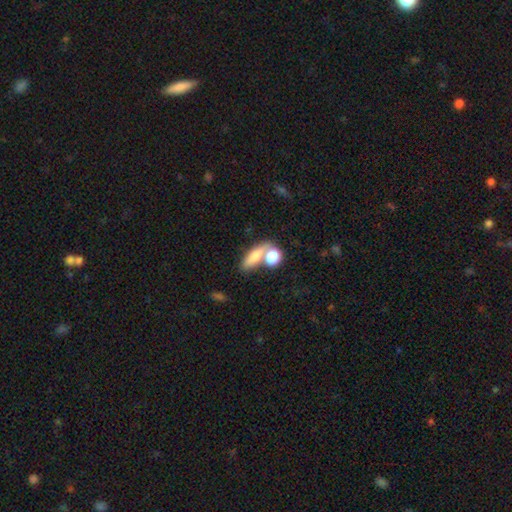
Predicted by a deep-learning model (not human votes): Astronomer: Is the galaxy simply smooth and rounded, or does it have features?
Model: smooth — 74%.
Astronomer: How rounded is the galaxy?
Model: in between — 56%.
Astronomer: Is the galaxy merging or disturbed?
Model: merger — 44% (runner-up: none, 38%).